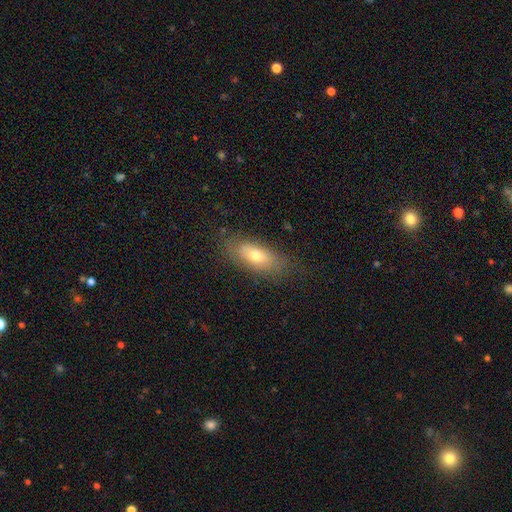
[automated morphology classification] A smooth galaxy with no disk features (68%) that is in between round and cigar-shaped (82%). Merging: none (76%).